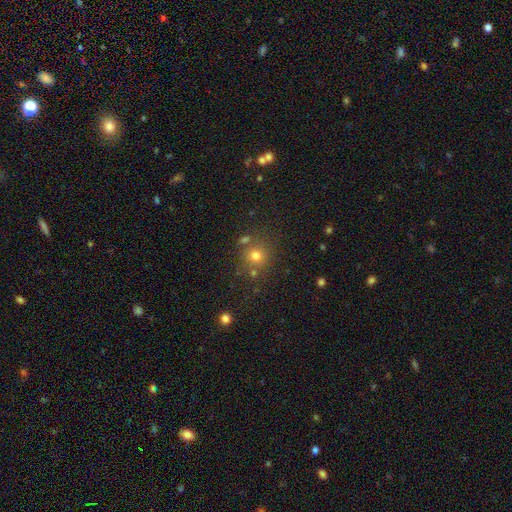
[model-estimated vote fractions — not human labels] A smooth galaxy with no disk features (74%) that is round (90%).

Vote fractions:
- Smooth or featured? smooth: 74% / star or artifact: 17% / featured or disk: 9%
- How rounded? round: 90% / in between: 9% / cigar-shaped: 1%
- Merging? none: 74% / merger: 12% / minor disturbance: 10% / major disturbance: 4%